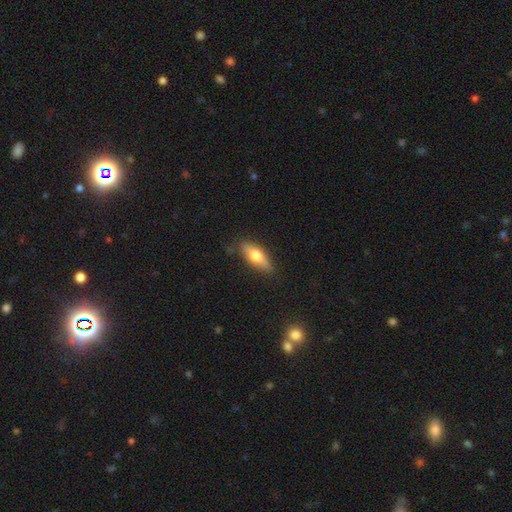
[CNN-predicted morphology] Overall: smooth (55%; featured or disk 38%). How rounded: in between (58%; cigar-shaped 38%). Merging: none (82%).